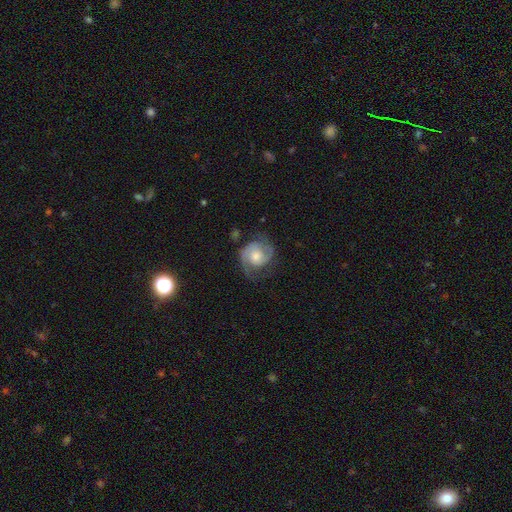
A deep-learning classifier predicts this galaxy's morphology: Smooth or featured: featured or disk — 82% (smooth — 12%)
Edge-on disk: no — 98% (yes — 2%)
Bar: no — 64% (weak — 31%)
Spiral arms: yes — 96% (no — 4%)
Spiral winding: medium — 47% (tight — 38%)
Spiral arm count: 2 — 87% (can't tell — 5%)
Bulge size: moderate — 55% (small — 22%)
Merging: none — 69% (minor disturbance — 20%)